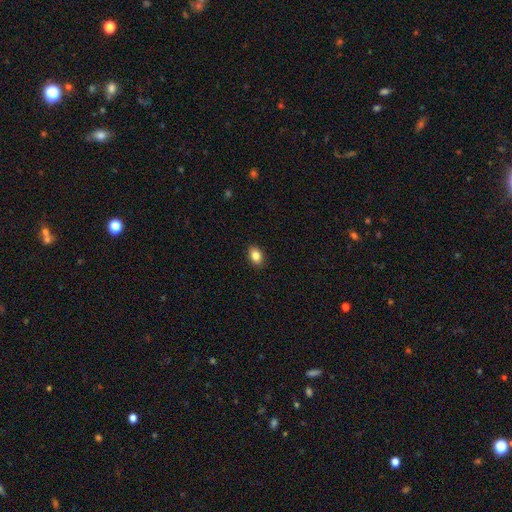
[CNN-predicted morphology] Overall: smooth (84%). How rounded: in between (83%). Merging: none (89%).